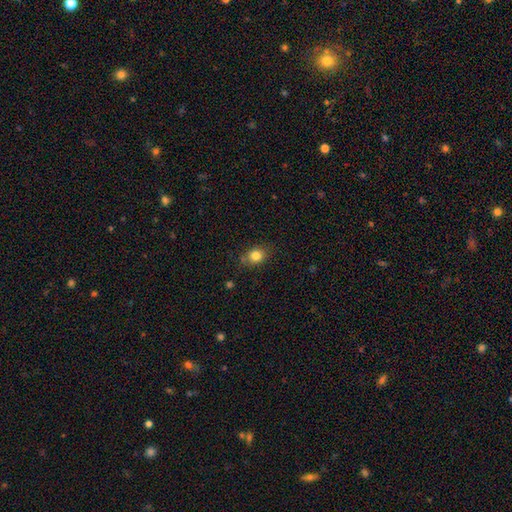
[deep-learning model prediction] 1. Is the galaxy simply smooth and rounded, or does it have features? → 82% smooth, 11% star or artifact, 7% featured or disk.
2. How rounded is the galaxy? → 60% round, 39% in between, 1% cigar-shaped.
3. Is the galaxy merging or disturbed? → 76% none, 16% minor disturbance, 4% merger, 4% major disturbance.